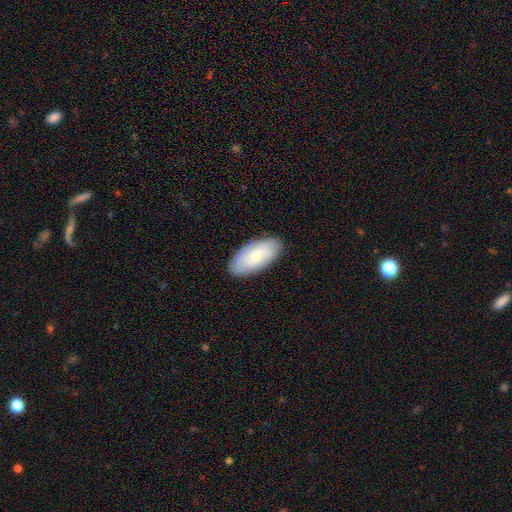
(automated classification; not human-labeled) Smooth or featured?
  - smooth: 63% *
  - featured or disk: 31%
  - star or artifact: 6%
How rounded?
  - in between: 93% *
  - cigar-shaped: 5%
  - round: 2%
Merging?
  - none: 85% *
  - minor disturbance: 12%
  - major disturbance: 2%
  - merger: 1%